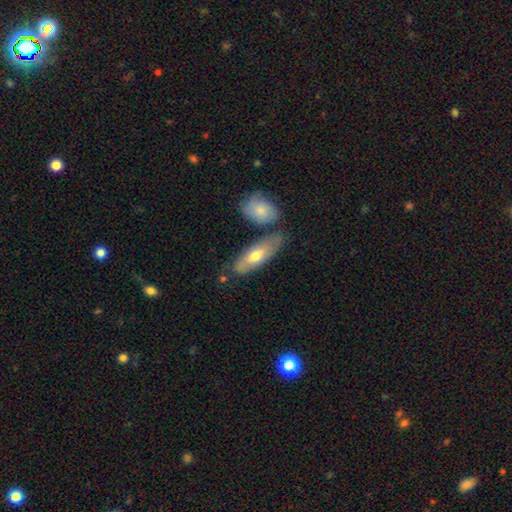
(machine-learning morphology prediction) Smooth or featured: smooth — 59% (featured or disk — 36%)
How rounded: in between — 61% (cigar-shaped — 36%)
Merging: none — 68% (minor disturbance — 17%)